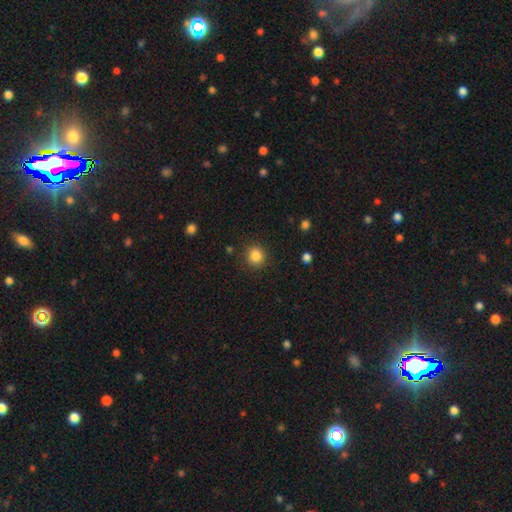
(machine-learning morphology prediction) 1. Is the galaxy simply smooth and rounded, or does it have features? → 85% smooth, 11% star or artifact, 4% featured or disk.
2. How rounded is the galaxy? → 88% round, 12% in between, 1% cigar-shaped.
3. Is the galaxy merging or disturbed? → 87% none, 8% minor disturbance, 3% major disturbance, 1% merger.